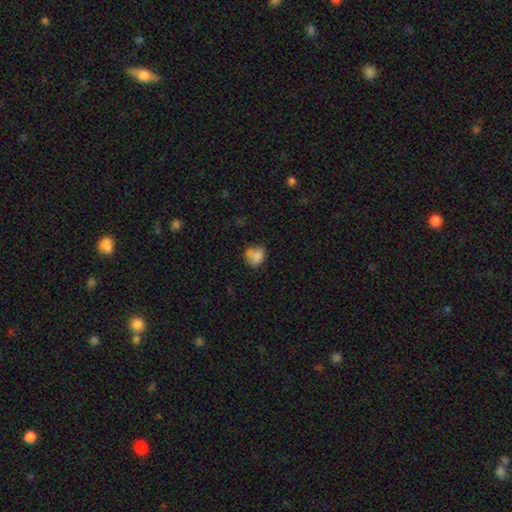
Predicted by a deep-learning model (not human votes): This is likely a smooth galaxy (77%). How rounded: possibly round (55%). Merging: possibly none (48%).